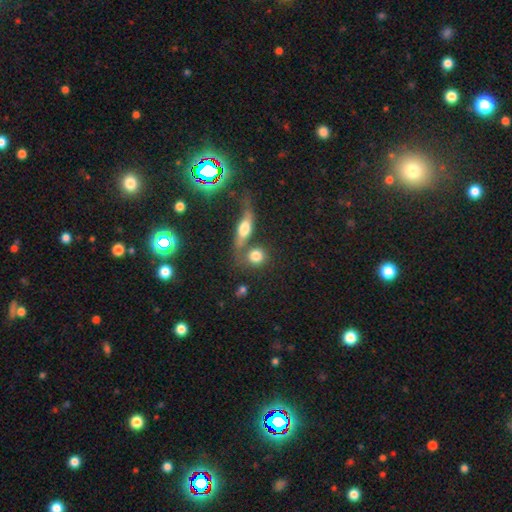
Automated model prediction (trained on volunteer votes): Overall: smooth (76%). How rounded: round (77%). Merging: none (54%; merger 29%).